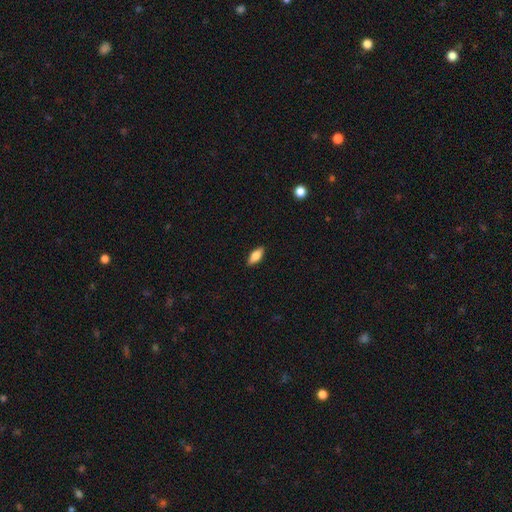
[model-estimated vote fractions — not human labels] Smooth or featured? Predicted: smooth (p=0.75). How rounded? Predicted: in between (p=0.78). Merging? Predicted: none (p=0.89).